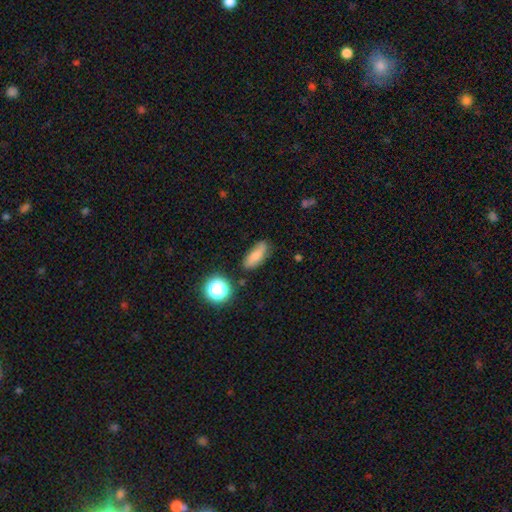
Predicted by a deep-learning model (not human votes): Smooth or featured?
  - smooth: 68% *
  - featured or disk: 20%
  - star or artifact: 12%
How rounded?
  - in between: 72% *
  - cigar-shaped: 20%
  - round: 8%
Merging?
  - none: 69% *
  - minor disturbance: 22%
  - major disturbance: 5%
  - merger: 4%